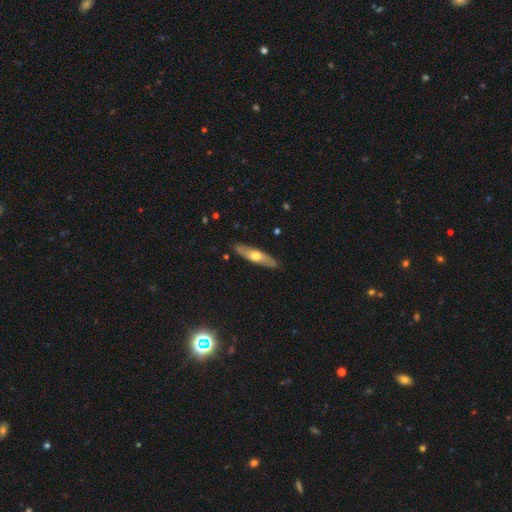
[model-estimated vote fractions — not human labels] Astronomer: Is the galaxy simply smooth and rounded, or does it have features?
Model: featured or disk — 51% (runner-up: smooth, 44%).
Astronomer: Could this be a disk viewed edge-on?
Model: yes — 70%.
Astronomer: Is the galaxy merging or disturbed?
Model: none — 88%.